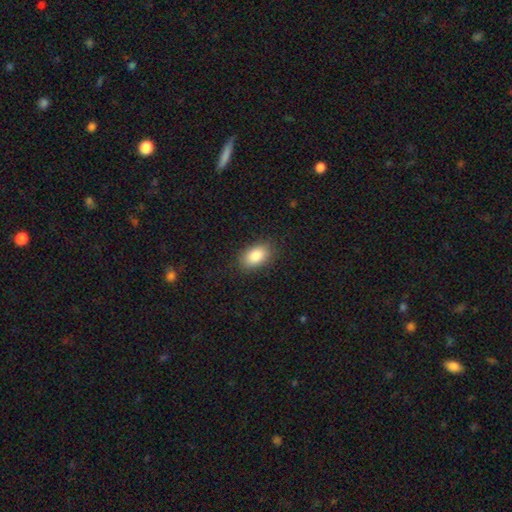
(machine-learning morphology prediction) A smooth galaxy with no disk features (87%) that is in between round and cigar-shaped (91%). Merging: none (87%).